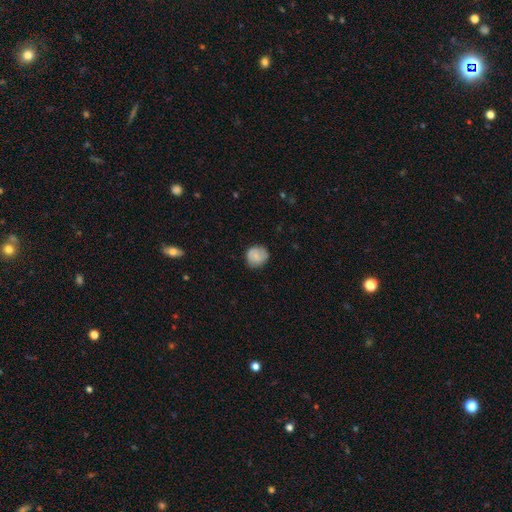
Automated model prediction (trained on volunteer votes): Q: Smooth or featured?
A: smooth (74%); runner-up: featured or disk (18%)
Q: How rounded?
A: round (85%); runner-up: in between (14%)
Q: Merging?
A: none (78%); runner-up: minor disturbance (17%)